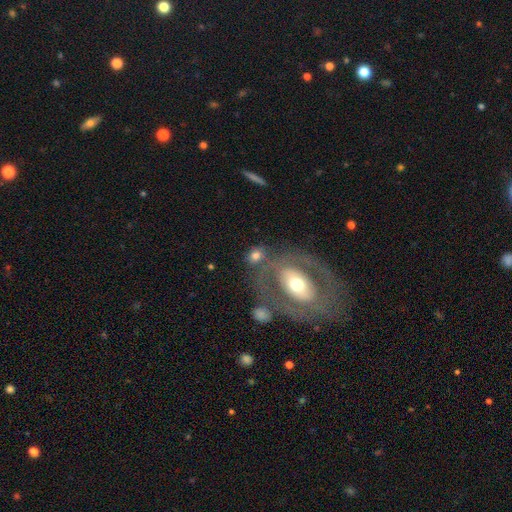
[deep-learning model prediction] smooth_or_featured: smooth (p=0.58) [alt: featured or disk p=0.33]
how_rounded: in between (p=0.50) [alt: round p=0.47]
merging: none (p=0.61) [alt: merger p=0.16]